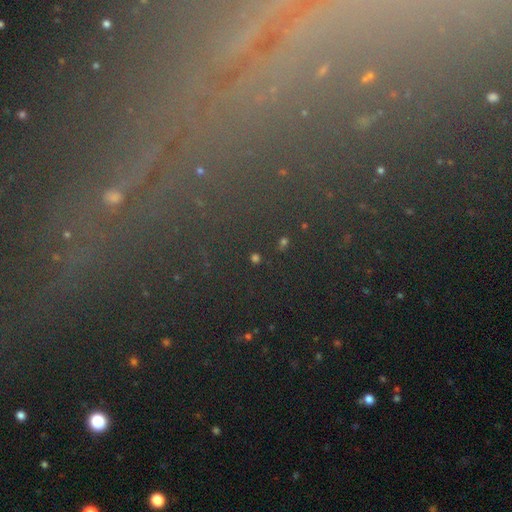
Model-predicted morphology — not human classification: A star or artifact, not a galaxy (69%).

Vote fractions:
- Smooth or featured? star or artifact: 69% / smooth: 17% / featured or disk: 14%